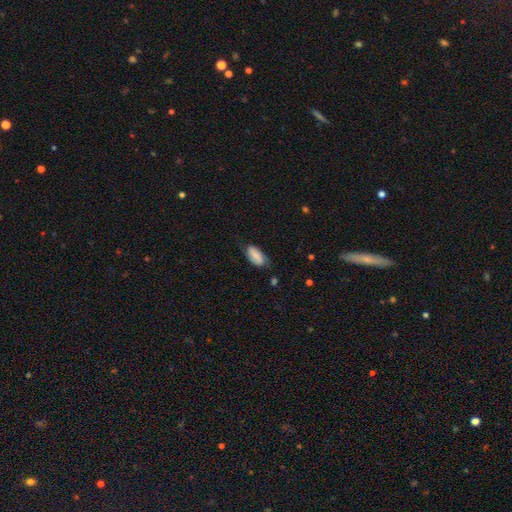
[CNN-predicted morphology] A smooth galaxy with no disk features (65%) that is in between round and cigar-shaped (91%).

Vote fractions:
- Smooth or featured? smooth: 65% / featured or disk: 27% / star or artifact: 8%
- How rounded? in between: 91% / cigar-shaped: 6% / round: 3%
- Merging? none: 60% / minor disturbance: 29% / major disturbance: 8% / merger: 2%